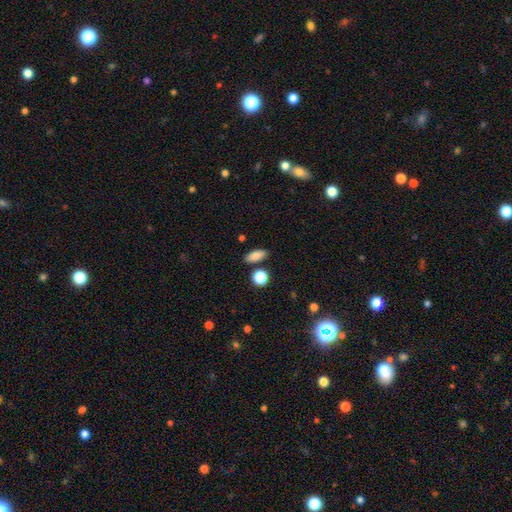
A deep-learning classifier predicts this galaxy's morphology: Overall: smooth (85%). How rounded: in between (78%). Merging: none (83%).